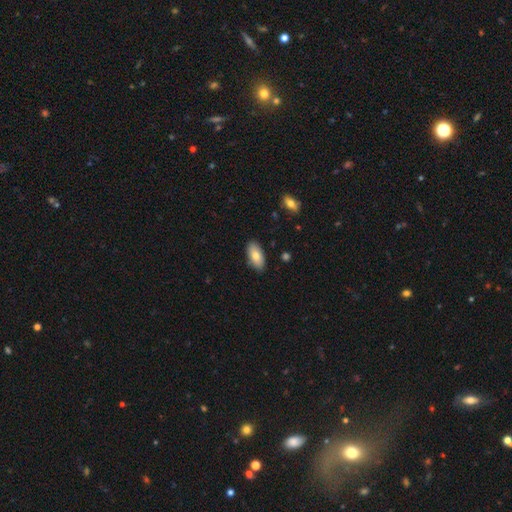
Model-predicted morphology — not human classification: smooth-or-featured: smooth: 77% | featured or disk: 17% | star or artifact: 7%
  how-rounded: in between: 92% | cigar-shaped: 5% | round: 3%
  merging: none: 87% | minor disturbance: 10% | major disturbance: 2% | merger: 1%